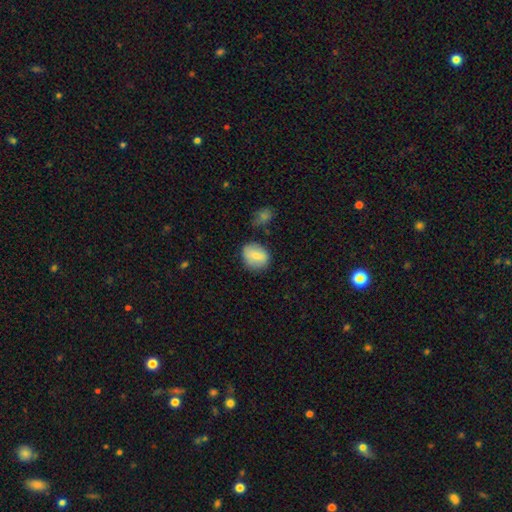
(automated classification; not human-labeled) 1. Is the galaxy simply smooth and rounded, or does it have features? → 74% smooth, 18% featured or disk, 8% star or artifact.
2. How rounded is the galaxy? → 54% round, 45% in between, 1% cigar-shaped.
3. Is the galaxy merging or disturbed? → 70% none, 21% minor disturbance, 5% major disturbance, 4% merger.